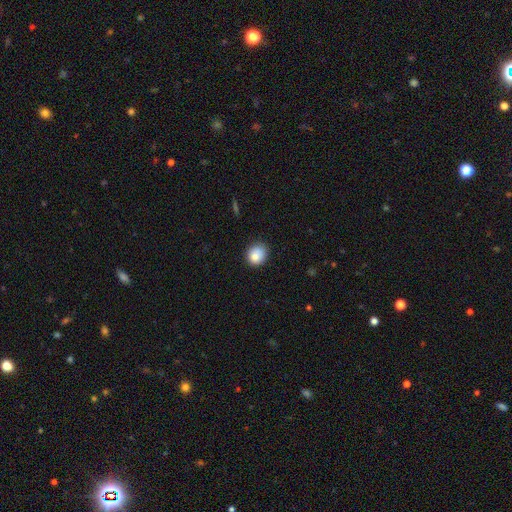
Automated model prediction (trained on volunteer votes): A smooth galaxy with no disk features (84%) that is round (74%). Merging: none (80%).